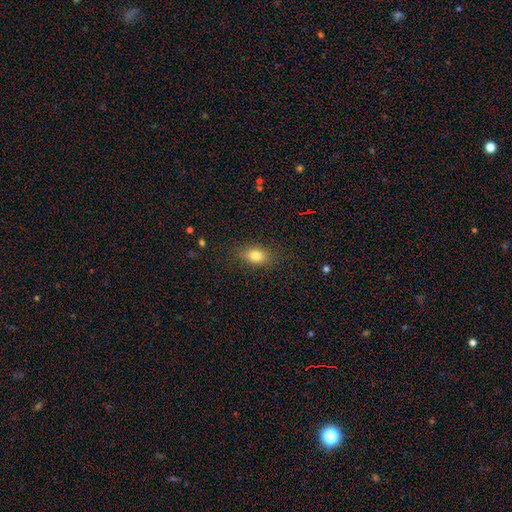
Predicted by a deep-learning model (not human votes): smooth-or-featured: smooth: 81% | star or artifact: 10% | featured or disk: 9%
  how-rounded: in between: 80% | round: 17% | cigar-shaped: 3%
  merging: none: 84% | minor disturbance: 11% | major disturbance: 4% | merger: 1%